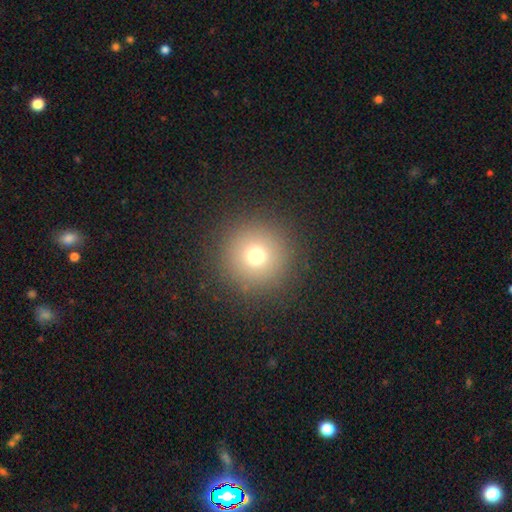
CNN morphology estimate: A smooth galaxy with no disk features (71%) that is round (97%).

Vote fractions:
- Smooth or featured? smooth: 71% / star or artifact: 19% / featured or disk: 10%
- How rounded? round: 97% / in between: 3% / cigar-shaped: 1%
- Merging? none: 90% / minor disturbance: 5% / major disturbance: 3% / merger: 1%